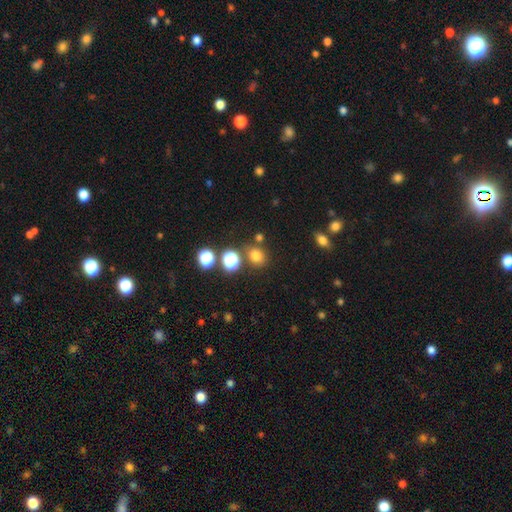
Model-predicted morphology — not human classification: Smooth or featured: smooth — 74% (star or artifact — 20%)
How rounded: round — 71% (in between — 28%)
Merging: none — 77% (minor disturbance — 10%)